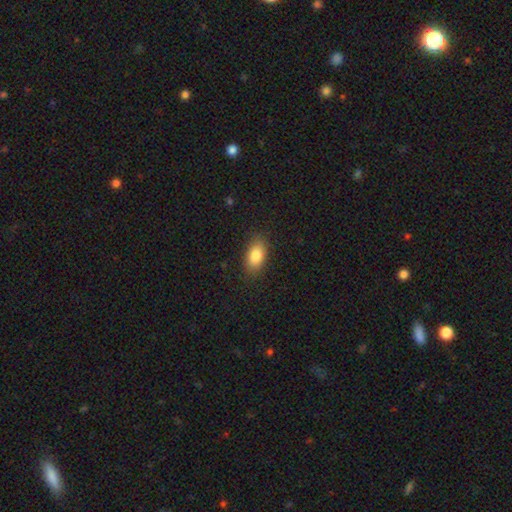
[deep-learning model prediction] Smooth or featured? smooth (85%)
How rounded? in between (90%)
Merging? none (85%)